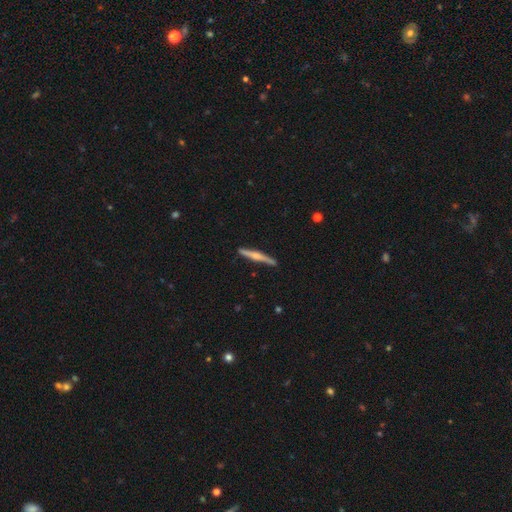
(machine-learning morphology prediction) smooth-or-featured: featured or disk: 62% | smooth: 33% | star or artifact: 5%
  disk-edge-on: yes: 98% | no: 2%
    edge-on-bulge: rounded: 73% | none: 15% | boxy: 13%
  merging: none: 87% | minor disturbance: 10% | major disturbance: 2% | merger: 2%